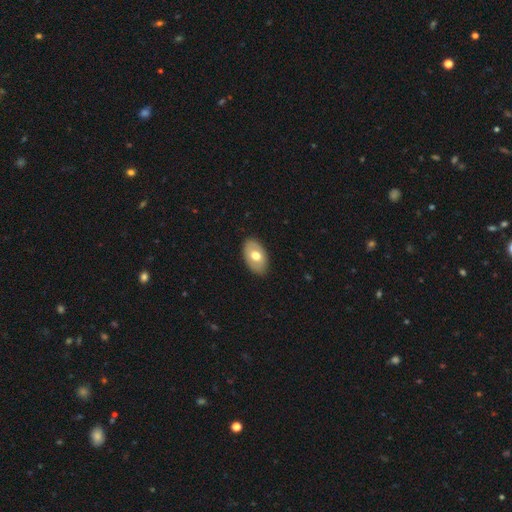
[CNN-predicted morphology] Q: Smooth or featured?
A: smooth (62%); runner-up: featured or disk (32%)
Q: How rounded?
A: in between (91%); runner-up: round (7%)
Q: Merging?
A: none (86%); runner-up: minor disturbance (11%)